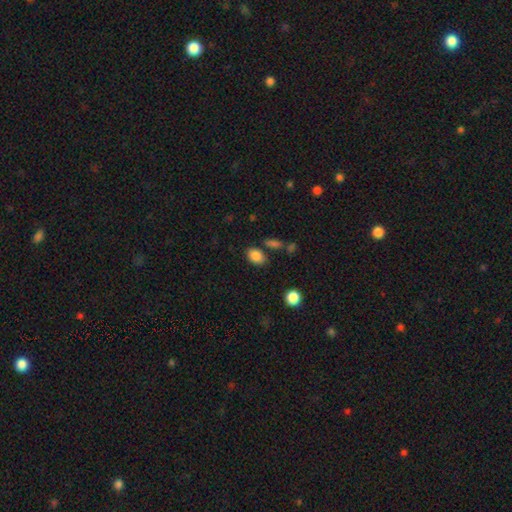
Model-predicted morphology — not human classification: Q: Smooth or featured?
A: smooth (86%); runner-up: star or artifact (9%)
Q: How rounded?
A: in between (77%); runner-up: round (21%)
Q: Merging?
A: none (78%); runner-up: minor disturbance (12%)